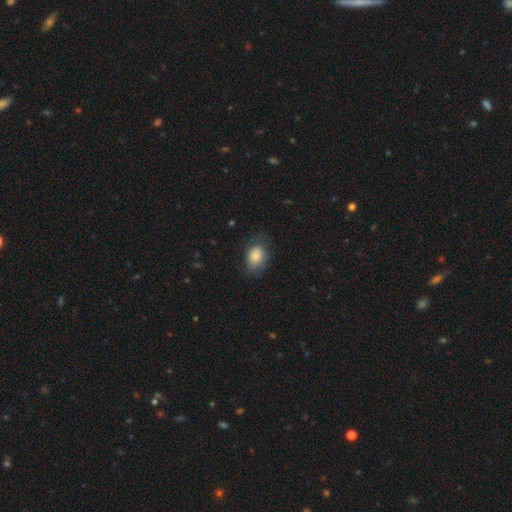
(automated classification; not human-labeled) Smooth or featured? smooth (83%)
How rounded? in between (67%)
Merging? none (66%)